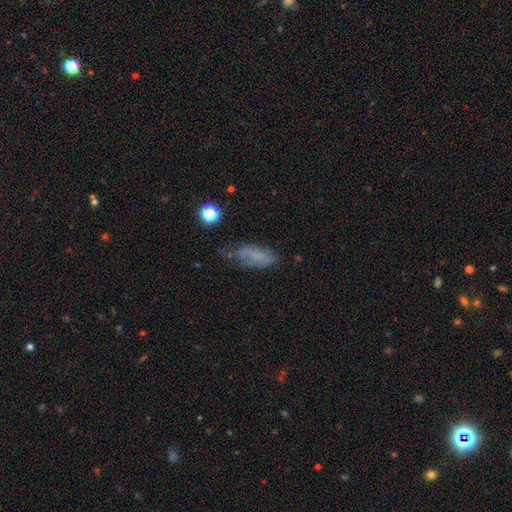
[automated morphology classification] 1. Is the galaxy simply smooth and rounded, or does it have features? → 56% smooth, 31% featured or disk, 13% star or artifact.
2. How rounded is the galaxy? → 79% in between, 17% cigar-shaped, 4% round.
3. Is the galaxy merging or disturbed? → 47% none, 32% minor disturbance, 16% major disturbance, 4% merger.